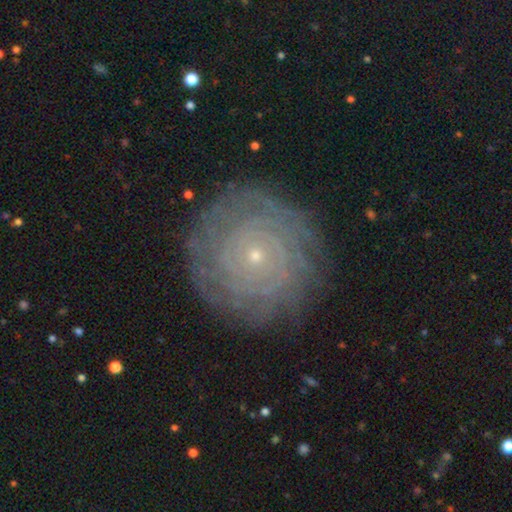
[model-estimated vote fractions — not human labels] Smooth or featured?
  - featured or disk: 75% *
  - smooth: 15%
  - star or artifact: 10%
Edge-on disk?
  - no: 97% *
  - yes: 3%
Bar?
  - no: 87% *
  - weak: 10%
  - strong: 3%
Spiral arms?
  - yes: 91% *
  - no: 9%
Spiral winding?
  - tight: 88% *
  - medium: 9%
  - loose: 3%
Spiral arm count?
  - can't tell: 40% *
  - more than 4: 15%
  - 2: 14%
  - 4: 12%
  - 3: 11%
  - 1: 8%
Bulge size?
  - small: 88% *
  - moderate: 8%
  - none: 1%
  - large: 1%
  - dominant: 1%
Merging?
  - none: 86% *
  - minor disturbance: 10%
  - major disturbance: 3%
  - merger: 1%